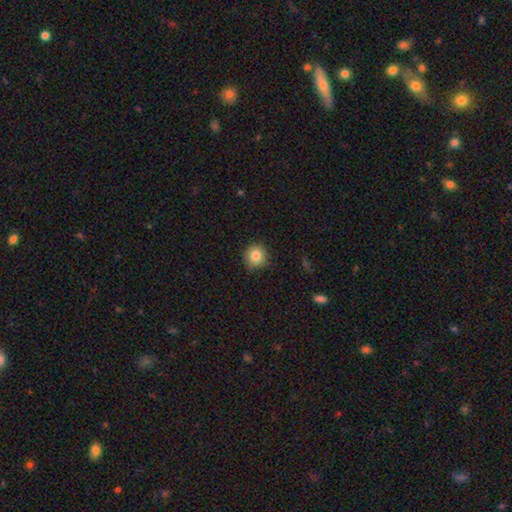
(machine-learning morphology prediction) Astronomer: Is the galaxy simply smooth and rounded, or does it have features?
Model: smooth — 84%.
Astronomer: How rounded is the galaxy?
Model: round — 91%.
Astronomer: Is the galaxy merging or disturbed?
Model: none — 83%.